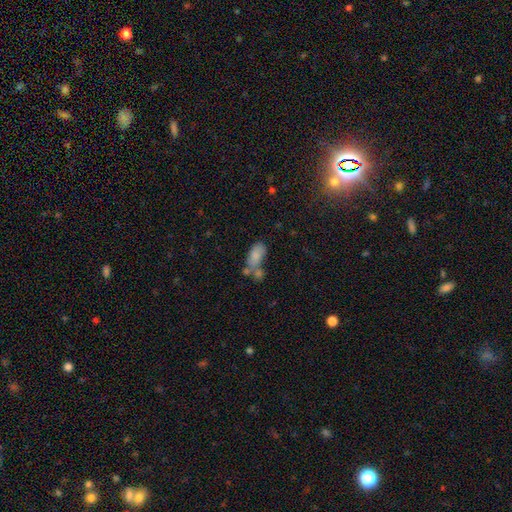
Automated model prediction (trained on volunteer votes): Q: Smooth or featured?
A: smooth (77%); runner-up: featured or disk (14%)
Q: How rounded?
A: in between (89%); runner-up: cigar-shaped (6%)
Q: Merging?
A: merger (40%); runner-up: none (33%)